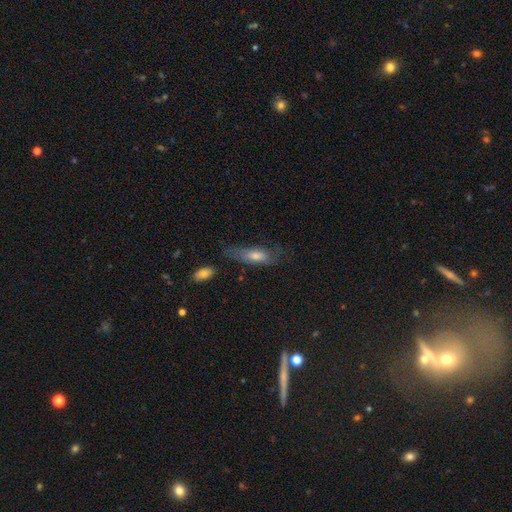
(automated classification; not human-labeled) smooth-or-featured: smooth: 55% | featured or disk: 35% | star or artifact: 10%
  how-rounded: in between: 49% | cigar-shaped: 48% | round: 3%
  merging: none: 53% | minor disturbance: 26% | major disturbance: 17% | merger: 4%